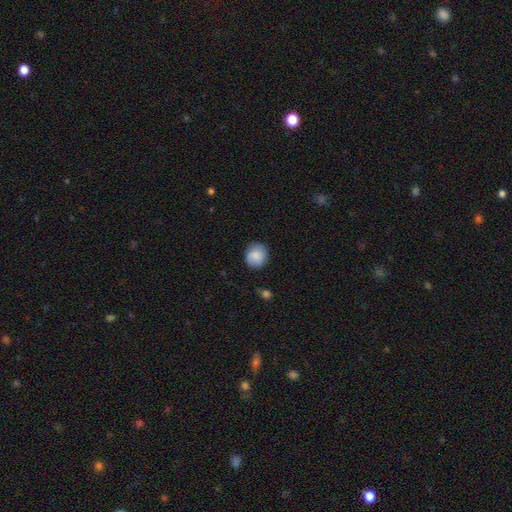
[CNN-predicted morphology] A smooth galaxy with no disk features (83%) that is round (85%). Merging: none (80%).